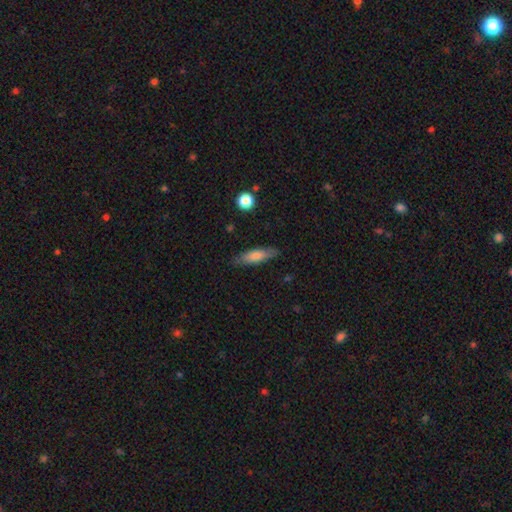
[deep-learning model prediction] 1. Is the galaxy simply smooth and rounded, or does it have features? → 71% smooth, 22% featured or disk, 7% star or artifact.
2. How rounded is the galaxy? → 59% cigar-shaped, 39% in between, 2% round.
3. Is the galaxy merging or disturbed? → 82% none, 14% minor disturbance, 3% major disturbance, 1% merger.